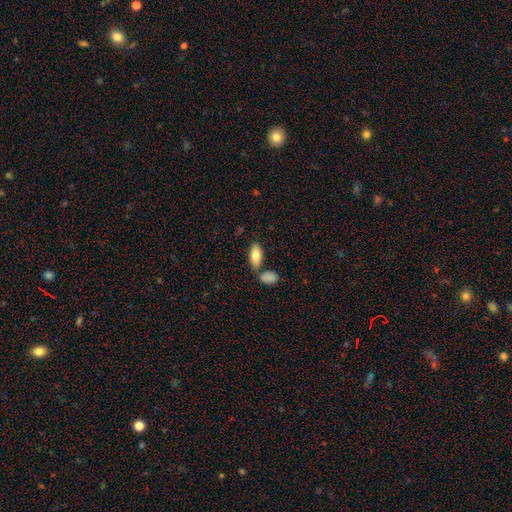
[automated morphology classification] smooth-or-featured: smooth: 82% | featured or disk: 12% | star or artifact: 6%
  how-rounded: in between: 90% | cigar-shaped: 7% | round: 2%
  merging: none: 69% | merger: 16% | minor disturbance: 11% | major disturbance: 3%